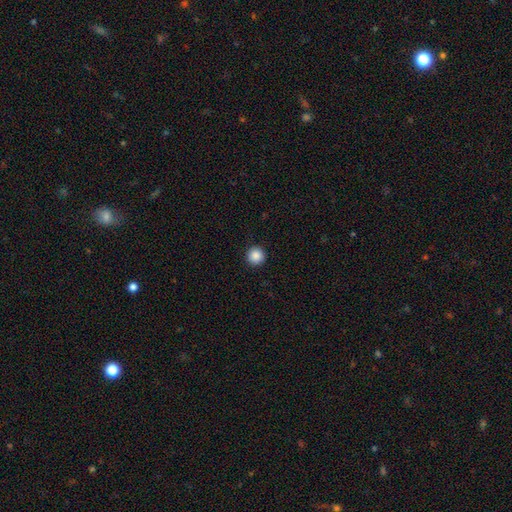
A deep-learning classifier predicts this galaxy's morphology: Q: Smooth or featured?
A: smooth (87%); runner-up: star or artifact (9%)
Q: How rounded?
A: round (96%); runner-up: in between (3%)
Q: Merging?
A: none (93%); runner-up: minor disturbance (4%)